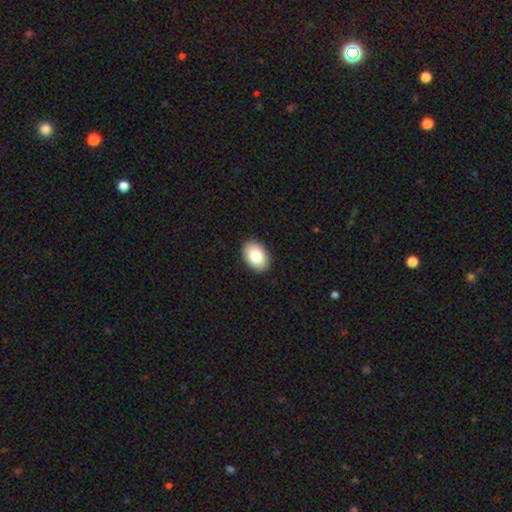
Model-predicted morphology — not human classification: smooth 83%, featured or disk 10%, star or artifact 7%. Down the decision tree: how rounded — in between (86%); merging — none (90%).